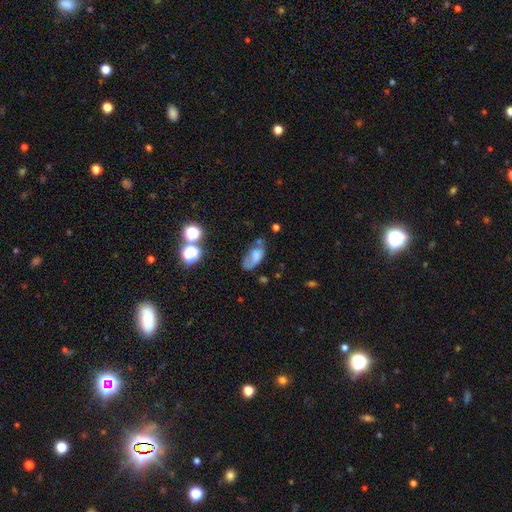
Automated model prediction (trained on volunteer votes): This appears to be a smooth galaxy with no disk features (55%) that is in between round and cigar-shaped (87%). Merging: none (37%).